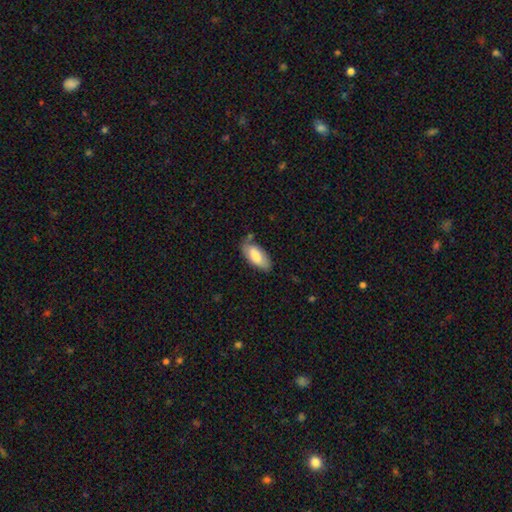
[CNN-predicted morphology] Smooth or featured?
  - smooth: 77% *
  - featured or disk: 17%
  - star or artifact: 6%
How rounded?
  - in between: 89% *
  - cigar-shaped: 10%
  - round: 2%
Merging?
  - none: 66% *
  - minor disturbance: 24%
  - major disturbance: 5%
  - merger: 4%